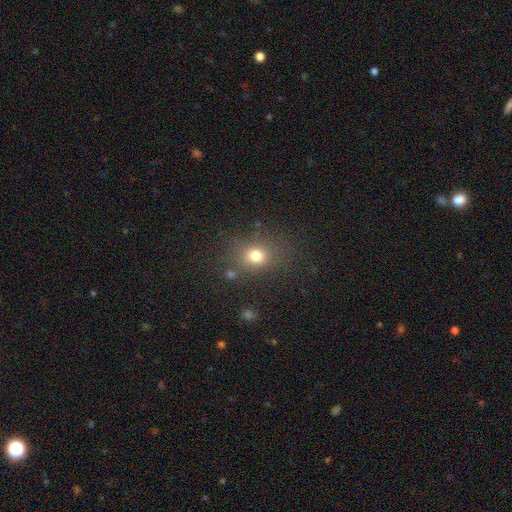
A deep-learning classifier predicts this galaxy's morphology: smooth-or-featured: smooth: 74% | star or artifact: 17% | featured or disk: 9%
  how-rounded: round: 62% | in between: 37% | cigar-shaped: 1%
  merging: none: 76% | minor disturbance: 14% | major disturbance: 6% | merger: 4%